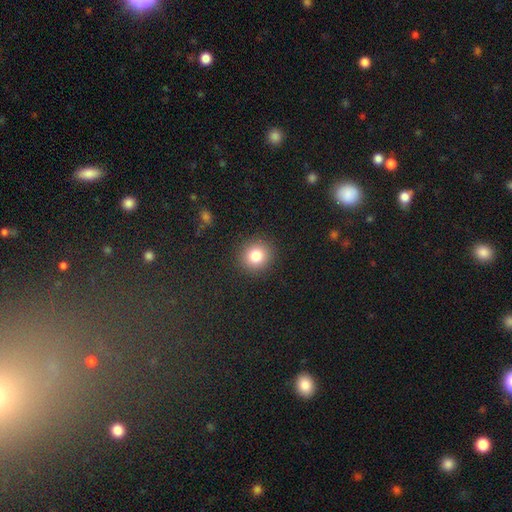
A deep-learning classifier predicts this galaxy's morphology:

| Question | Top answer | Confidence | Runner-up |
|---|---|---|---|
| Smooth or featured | smooth | 81% | star or artifact (12%) |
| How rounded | round | 88% | in between (11%) |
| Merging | none | 90% | minor disturbance (6%) |